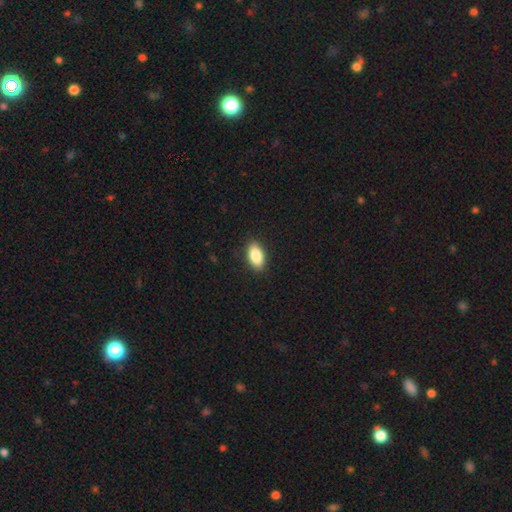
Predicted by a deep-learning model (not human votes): Smooth or featured? smooth (87%)
How rounded? in between (92%)
Merging? none (89%)